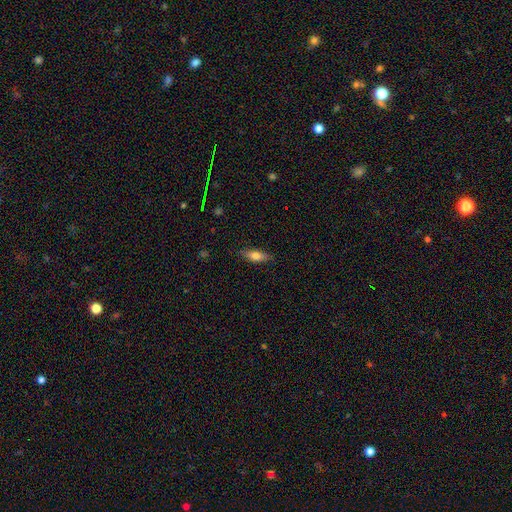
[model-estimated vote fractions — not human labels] Smooth or featured: smooth — 68% (featured or disk — 26%)
How rounded: in between — 53% (cigar-shaped — 44%)
Merging: none — 85% (minor disturbance — 11%)